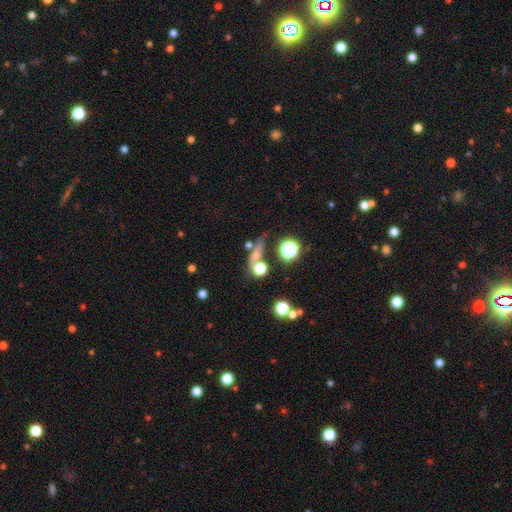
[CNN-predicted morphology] Smooth or featured? Predicted: star or artifact (p=0.42).